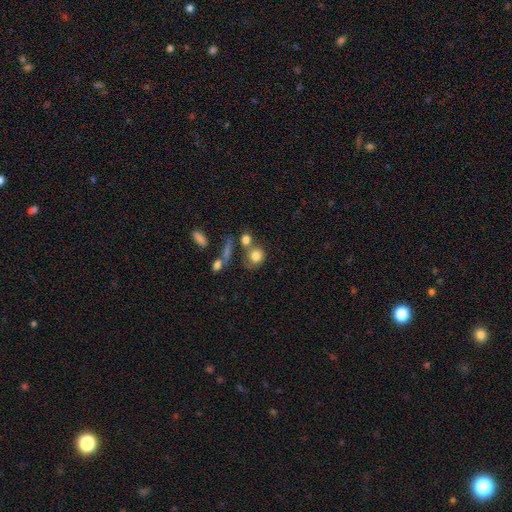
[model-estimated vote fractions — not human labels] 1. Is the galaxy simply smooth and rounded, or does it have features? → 79% smooth, 11% featured or disk, 10% star or artifact.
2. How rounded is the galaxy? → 71% round, 27% in between, 2% cigar-shaped.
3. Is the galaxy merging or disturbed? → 48% none, 29% merger, 14% minor disturbance, 9% major disturbance.